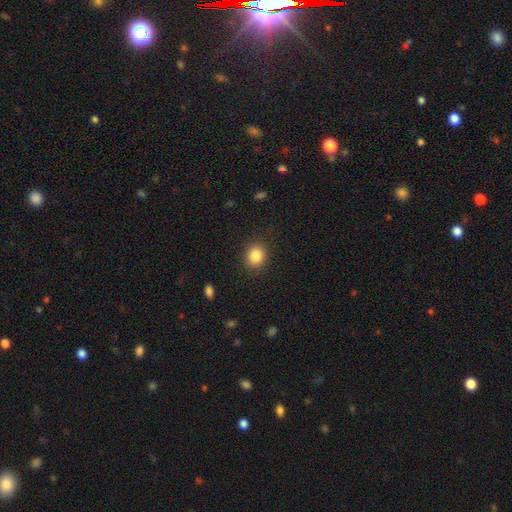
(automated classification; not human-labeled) Morphology: type=smooth (85%); roundness=round (67%); merging=none (88%).